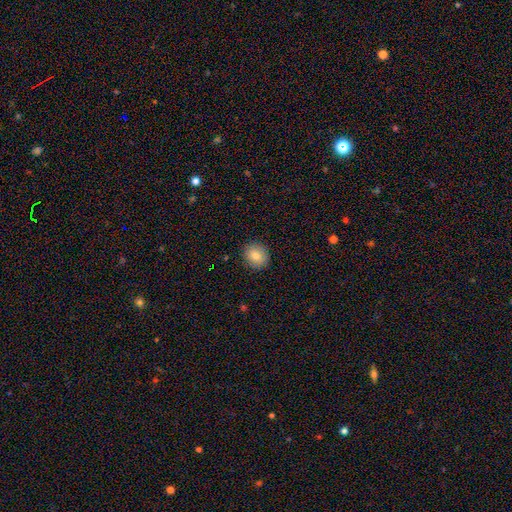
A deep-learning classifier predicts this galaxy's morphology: Smooth or featured? smooth (80%)
How rounded? round (75%)
Merging? none (90%)